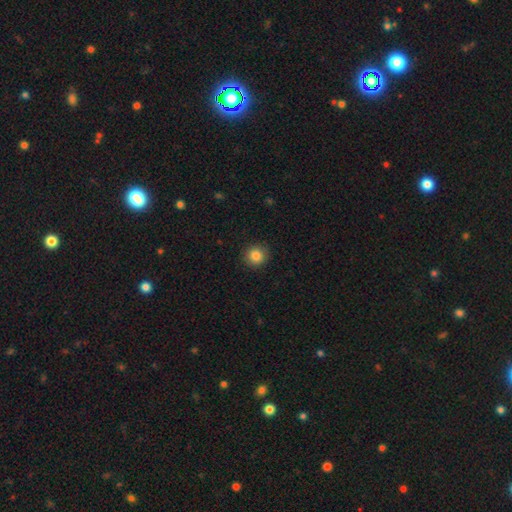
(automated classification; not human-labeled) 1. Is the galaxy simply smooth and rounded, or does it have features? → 85% smooth, 10% star or artifact, 5% featured or disk.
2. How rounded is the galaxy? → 90% round, 9% in between, 1% cigar-shaped.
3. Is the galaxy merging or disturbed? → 91% none, 6% minor disturbance, 2% major disturbance, 1% merger.